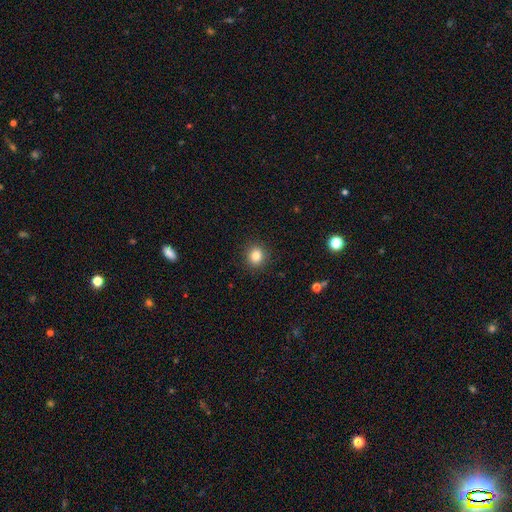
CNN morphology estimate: smooth 84%, star or artifact 11%, featured or disk 5%. Down the decision tree: how rounded — round (83%); merging — none (91%).